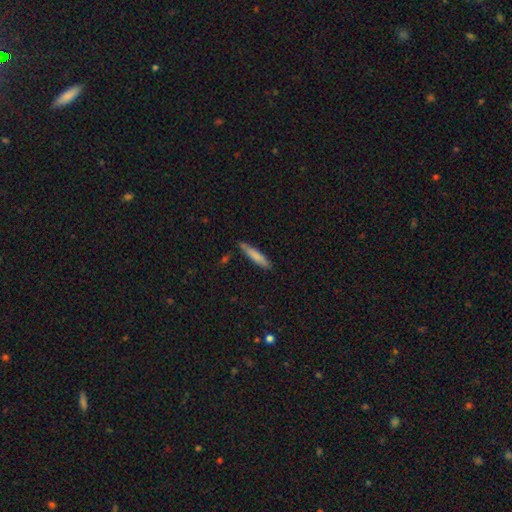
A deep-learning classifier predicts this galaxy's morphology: smooth-or-featured: smooth: 79% | featured or disk: 15% | star or artifact: 6%
  how-rounded: cigar-shaped: 88% | in between: 11% | round: 1%
  merging: none: 83% | minor disturbance: 13% | major disturbance: 2% | merger: 2%